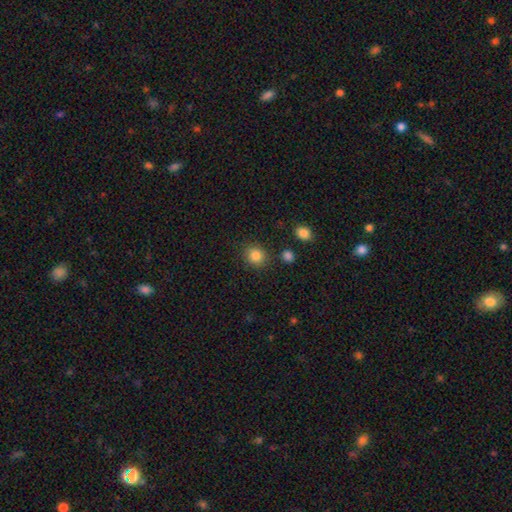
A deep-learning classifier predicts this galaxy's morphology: Smooth or featured? Predicted: smooth (p=0.85). How rounded? Predicted: round (p=0.84). Merging? Predicted: none (p=0.86).